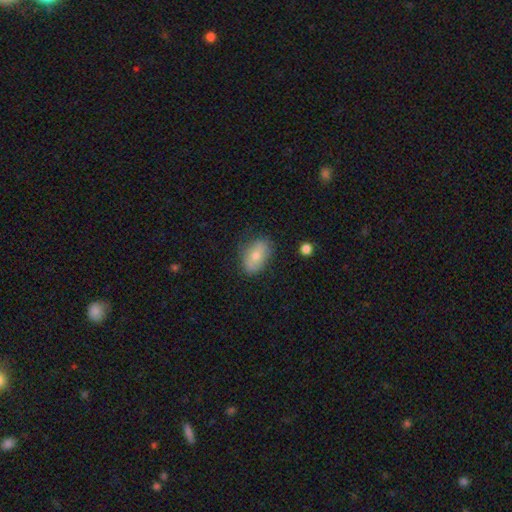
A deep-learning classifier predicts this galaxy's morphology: smooth-or-featured: smooth: 71% | featured or disk: 21% | star or artifact: 7%
  how-rounded: in between: 88% | round: 9% | cigar-shaped: 2%
  merging: none: 75% | minor disturbance: 18% | major disturbance: 4% | merger: 2%